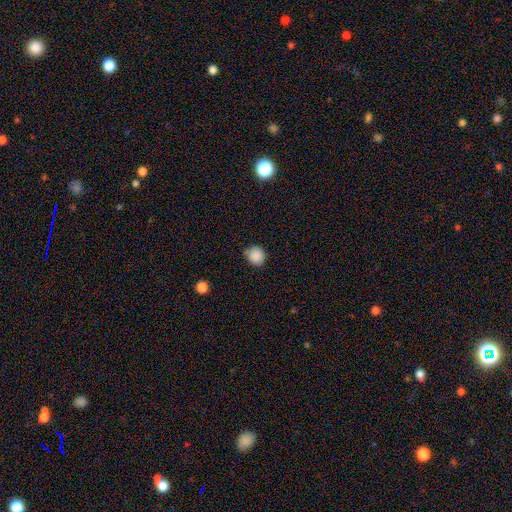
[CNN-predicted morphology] A smooth galaxy with no disk features (87%) that is round (87%). Merging: none (80%).